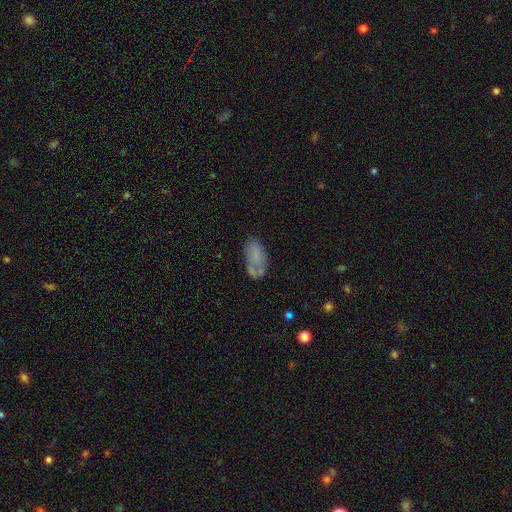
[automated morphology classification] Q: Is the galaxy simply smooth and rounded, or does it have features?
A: smooth — 67%.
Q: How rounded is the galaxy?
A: in between — 93%.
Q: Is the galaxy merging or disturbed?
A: none — 51%.